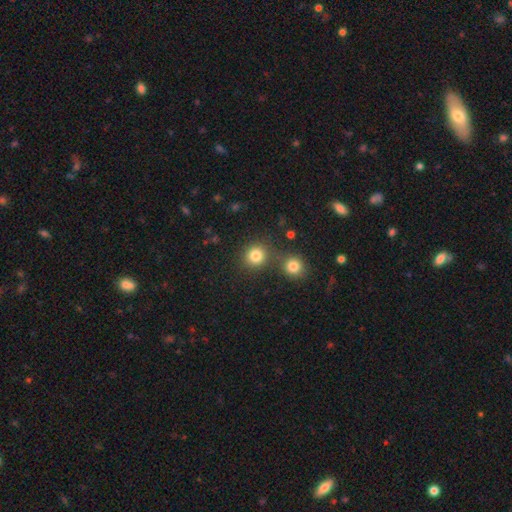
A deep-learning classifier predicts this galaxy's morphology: smooth-or-featured: smooth: 82% | star or artifact: 13% | featured or disk: 5%
  how-rounded: round: 90% | in between: 9% | cigar-shaped: 1%
  merging: none: 72% | merger: 18% | minor disturbance: 7% | major disturbance: 3%